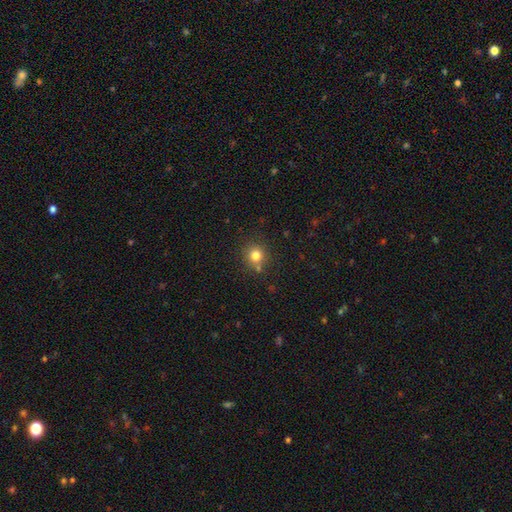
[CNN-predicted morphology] Smooth or featured? Predicted: smooth (p=0.79). How rounded? Predicted: round (p=0.89). Merging? Predicted: none (p=0.77).